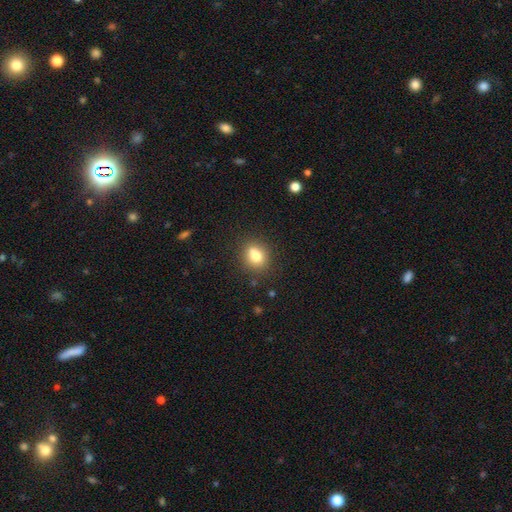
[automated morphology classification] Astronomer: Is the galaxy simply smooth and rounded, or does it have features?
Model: smooth — 77%.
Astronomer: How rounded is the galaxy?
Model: round — 58% (runner-up: in between, 41%).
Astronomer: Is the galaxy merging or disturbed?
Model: none — 66%.